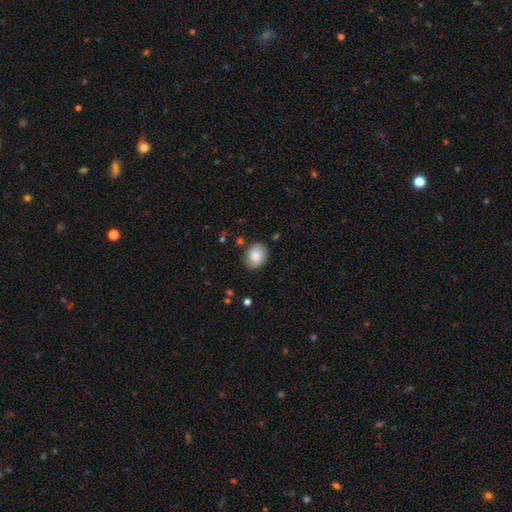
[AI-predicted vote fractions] smooth 84%, featured or disk 9%, star or artifact 7%. Down the decision tree: how rounded — in between (66%); merging — none (80%).